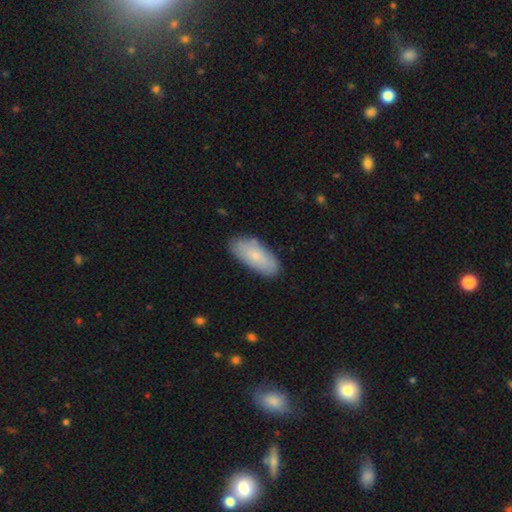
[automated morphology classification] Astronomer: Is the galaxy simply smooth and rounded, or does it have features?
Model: smooth — 72%.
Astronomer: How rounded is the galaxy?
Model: in between — 84%.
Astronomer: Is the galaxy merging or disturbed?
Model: none — 82%.